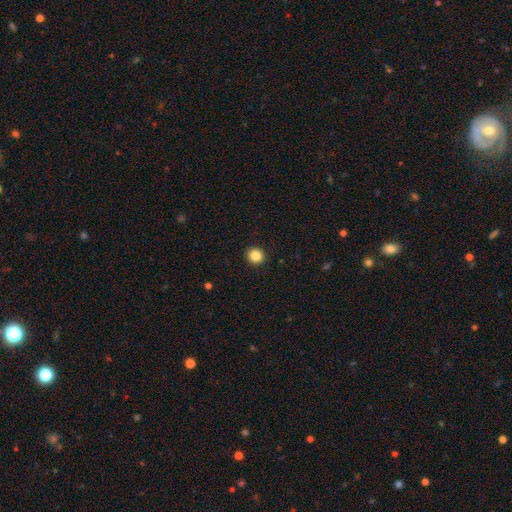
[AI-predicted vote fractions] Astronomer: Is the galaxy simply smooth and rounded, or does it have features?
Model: smooth — 85%.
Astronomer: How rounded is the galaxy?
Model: round — 91%.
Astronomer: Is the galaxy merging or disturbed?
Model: none — 93%.